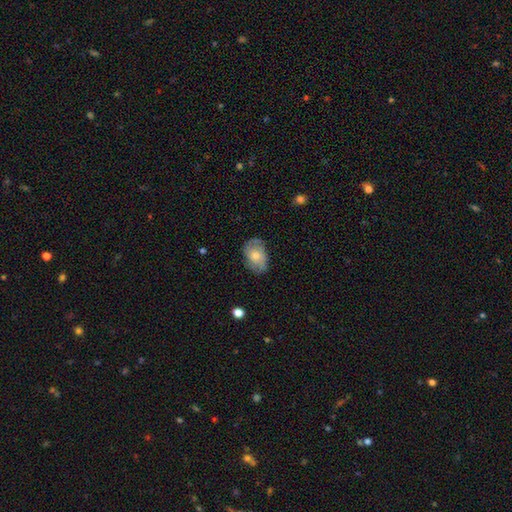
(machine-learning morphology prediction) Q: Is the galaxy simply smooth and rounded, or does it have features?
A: featured or disk — 48%.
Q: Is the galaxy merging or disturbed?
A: none — 71%.